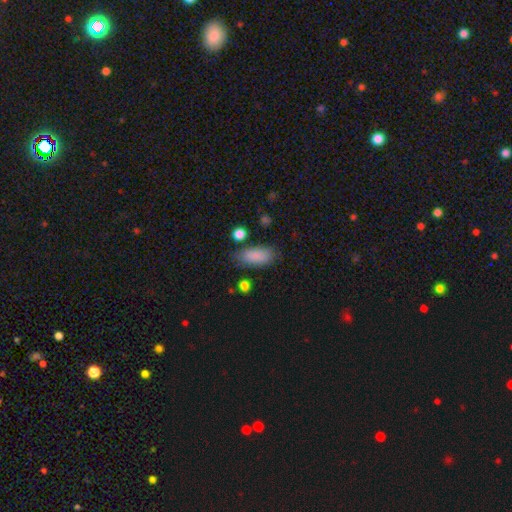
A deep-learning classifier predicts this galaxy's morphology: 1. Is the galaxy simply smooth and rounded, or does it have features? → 86% smooth, 7% star or artifact, 7% featured or disk.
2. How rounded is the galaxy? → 87% in between, 10% cigar-shaped, 3% round.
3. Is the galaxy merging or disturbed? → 73% none, 18% minor disturbance, 5% major disturbance, 4% merger.